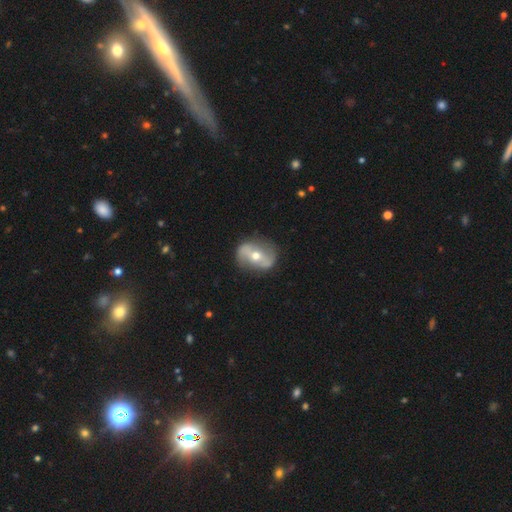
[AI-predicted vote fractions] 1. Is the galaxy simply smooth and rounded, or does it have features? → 75% featured or disk, 19% smooth, 6% star or artifact.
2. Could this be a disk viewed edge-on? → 94% no, 6% yes.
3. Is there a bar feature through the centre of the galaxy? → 40% strong, 30% weak, 29% no.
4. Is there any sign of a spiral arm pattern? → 76% yes, 24% no.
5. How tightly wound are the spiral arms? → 53% loose, 32% medium, 15% tight.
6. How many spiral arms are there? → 88% 2, 6% can't tell, 2% 1, 1% 3, 1% 4, 1% more than 4.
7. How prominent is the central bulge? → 68% moderate, 27% small, 3% large, 1% dominant, 1% none.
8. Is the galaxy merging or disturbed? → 78% none, 15% minor disturbance, 5% major disturbance, 1% merger.